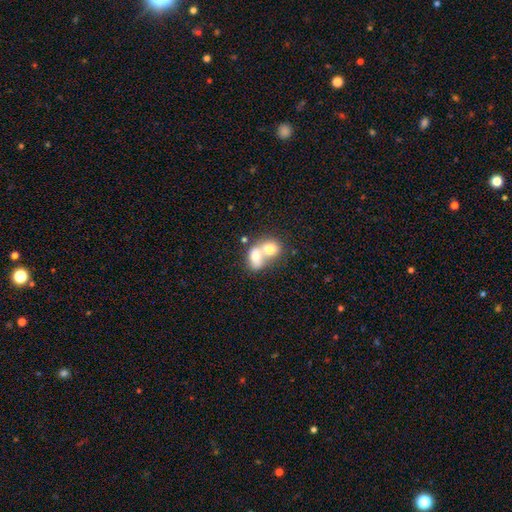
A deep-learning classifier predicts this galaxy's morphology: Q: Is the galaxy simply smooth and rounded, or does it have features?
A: smooth — 69%.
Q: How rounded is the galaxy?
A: in between — 57%.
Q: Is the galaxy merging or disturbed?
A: merger — 79%.